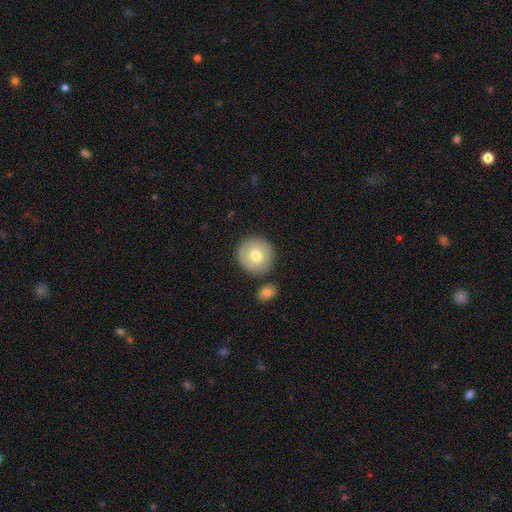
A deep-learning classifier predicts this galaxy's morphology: The model was most divided on "smooth or featured": smooth: 71%, featured or disk: 22%, star or artifact: 7%. More confident: how rounded — round (93%); merging — none (81%).